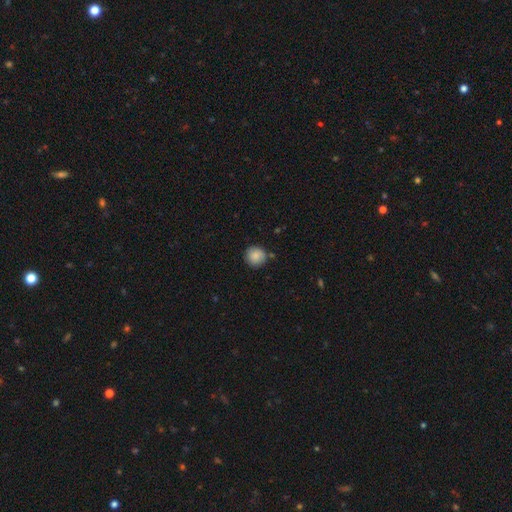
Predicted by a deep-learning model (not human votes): This is clearly a smooth galaxy (87%). How rounded: clearly round (94%). Merging: clearly none (83%).